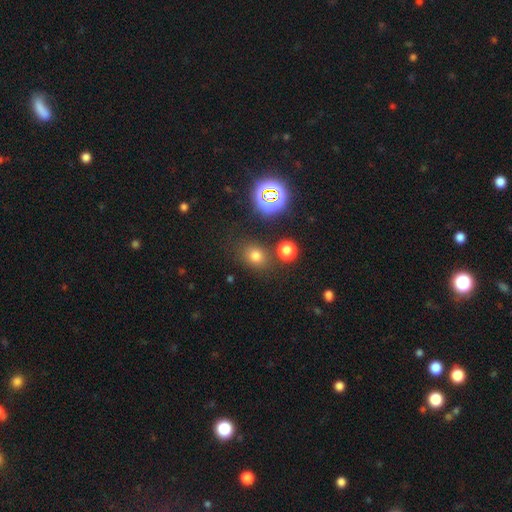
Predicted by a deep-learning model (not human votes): A smooth galaxy with no disk features (70%) that is round (63%). Merging: none (78%).